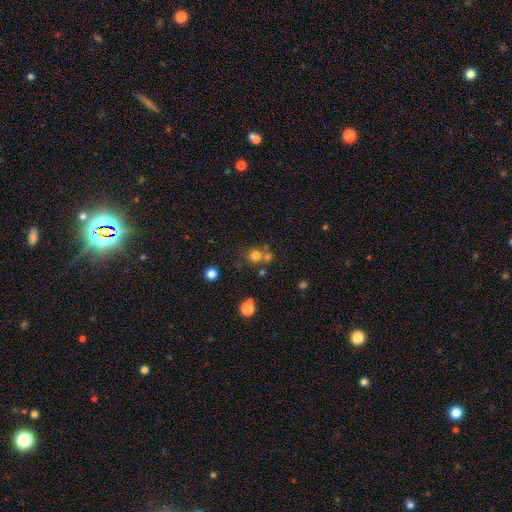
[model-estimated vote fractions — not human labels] smooth-or-featured: smooth: 73% | star or artifact: 18% | featured or disk: 10%
  how-rounded: round: 87% | in between: 12% | cigar-shaped: 1%
  merging: none: 55% | merger: 30% | minor disturbance: 9% | major disturbance: 6%